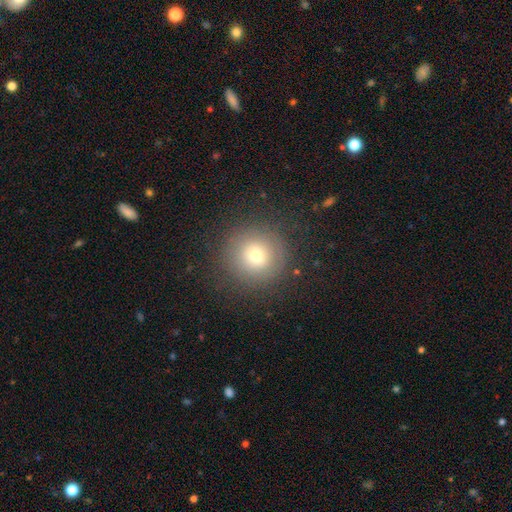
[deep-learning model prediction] This is likely a smooth galaxy (70%). How rounded: clearly round (95%). Merging: clearly none (86%).